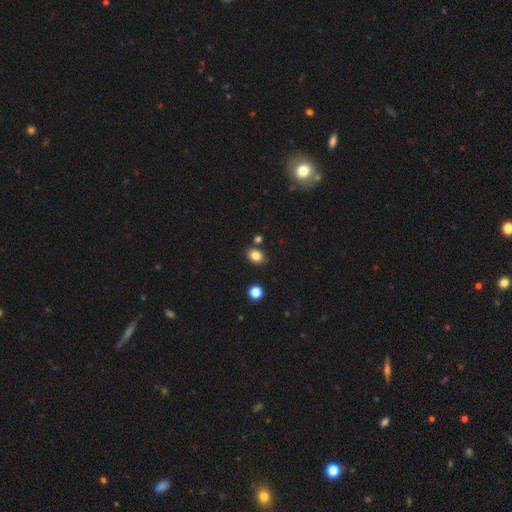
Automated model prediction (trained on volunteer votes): smooth_or_featured: smooth (p=0.83) [alt: star or artifact p=0.11]
how_rounded: in between (p=0.60) [alt: round p=0.39]
merging: none (p=0.81) [alt: minor disturbance p=0.10]